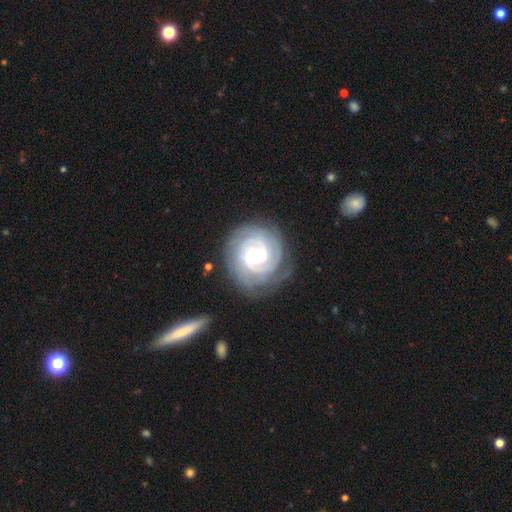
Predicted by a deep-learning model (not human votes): The model was most divided on "bar": weak: 48%, strong: 37%, no: 15%. Remaining: edge-on disk — no (97%); spiral arms — yes (96%); smooth or featured — featured or disk (85%); merging — none (77%); spiral winding — tight (73%); bulge size — moderate (64%); spiral arm count — 2 (36%).